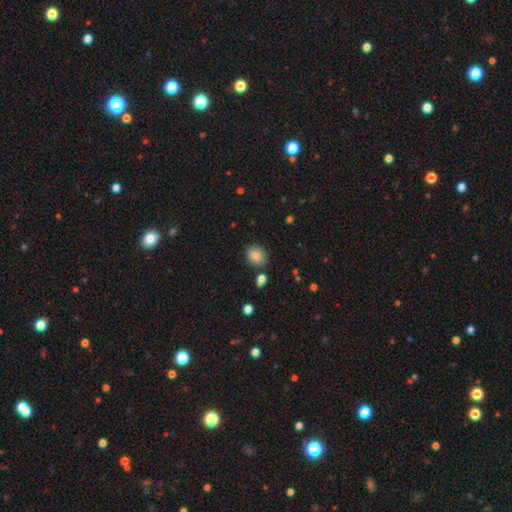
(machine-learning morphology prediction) A smooth galaxy with no disk features (85%) that is round (61%).

Vote fractions:
- Smooth or featured? smooth: 85% / star or artifact: 9% / featured or disk: 6%
- How rounded? round: 61% / in between: 38% / cigar-shaped: 1%
- Merging? none: 81% / minor disturbance: 12% / merger: 5% / major disturbance: 3%